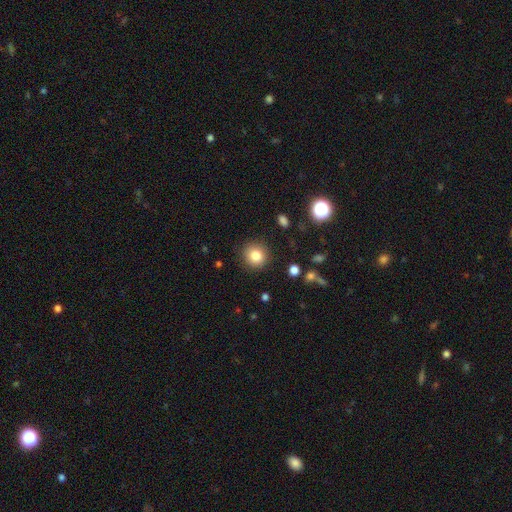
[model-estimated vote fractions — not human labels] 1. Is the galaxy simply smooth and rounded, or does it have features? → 83% smooth, 10% star or artifact, 7% featured or disk.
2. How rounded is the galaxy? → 90% round, 9% in between, 1% cigar-shaped.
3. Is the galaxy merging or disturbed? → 88% none, 8% minor disturbance, 3% major disturbance, 1% merger.